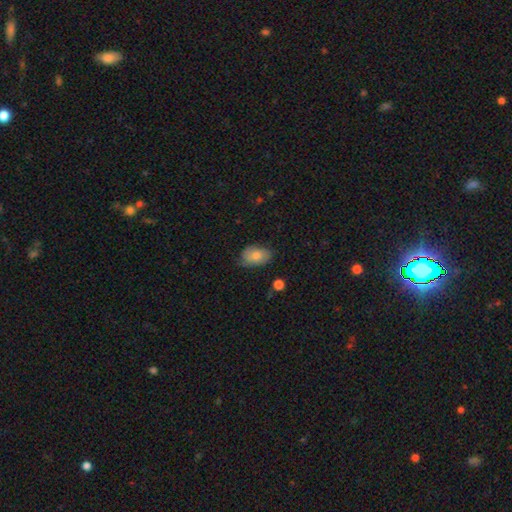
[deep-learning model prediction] This is likely a smooth galaxy (73%). How rounded: clearly in between (88%). Merging: likely none (71%).